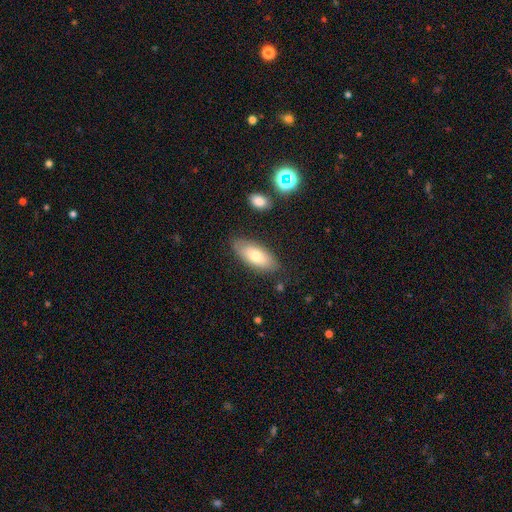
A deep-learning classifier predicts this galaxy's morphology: type=smooth (71%); roundness=in between (83%); merging=none (80%).